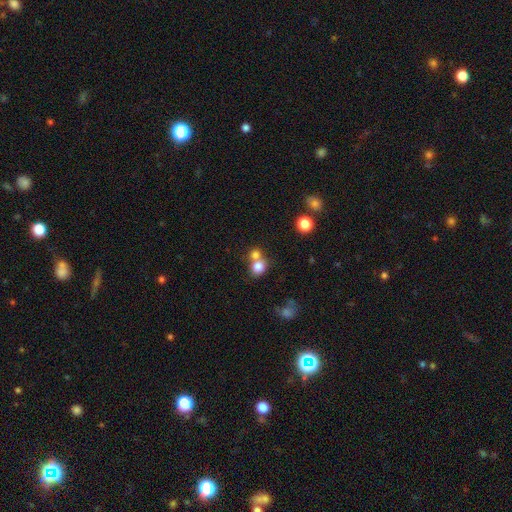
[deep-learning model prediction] Morphology: type=smooth (78%); roundness=round (77%); merging=merger (50%).